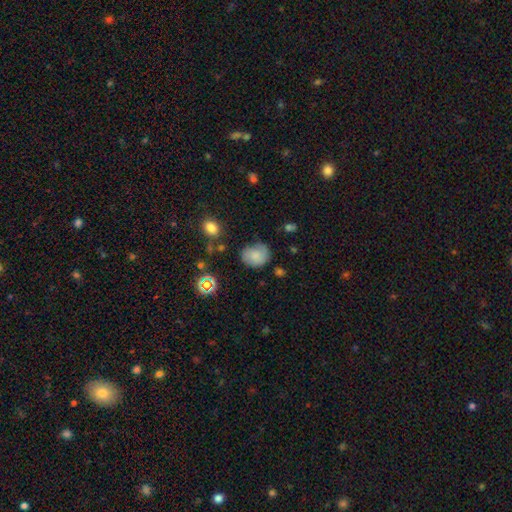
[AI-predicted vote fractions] Smooth or featured: smooth — 79% (featured or disk — 11%)
How rounded: round — 58% (in between — 41%)
Merging: none — 63% (minor disturbance — 26%)